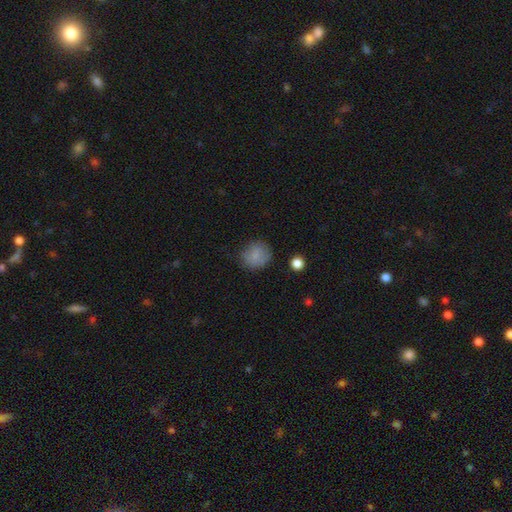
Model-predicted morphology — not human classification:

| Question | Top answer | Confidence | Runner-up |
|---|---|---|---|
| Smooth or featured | smooth | 81% | star or artifact (9%) |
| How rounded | round | 86% | in between (13%) |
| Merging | none | 76% | minor disturbance (17%) |